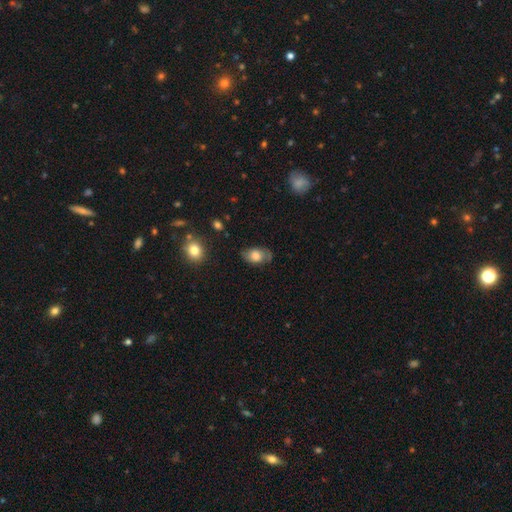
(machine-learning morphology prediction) Smooth or featured? Predicted: smooth (p=0.68). How rounded? Predicted: in between (p=0.86). Merging? Predicted: none (p=0.69).